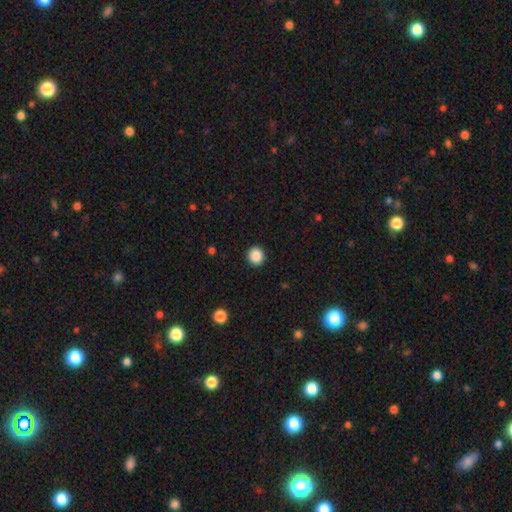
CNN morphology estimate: Smooth or featured?
  - smooth: 87% *
  - star or artifact: 10%
  - featured or disk: 3%
How rounded?
  - round: 93% *
  - in between: 6%
  - cigar-shaped: 1%
Merging?
  - none: 93% *
  - minor disturbance: 5%
  - major disturbance: 2%
  - merger: 1%